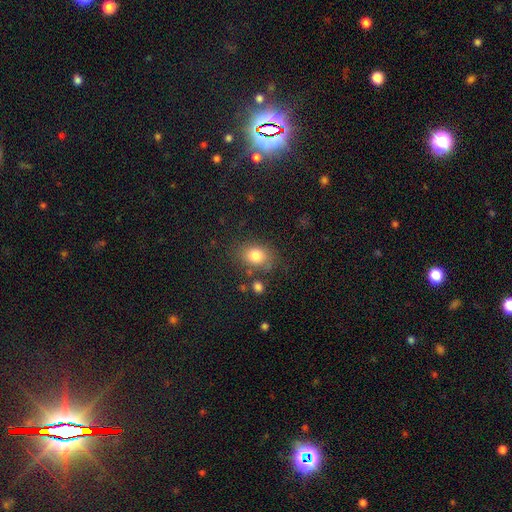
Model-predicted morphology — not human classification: Overall: smooth (80%). How rounded: in between (58%; round 41%). Merging: none (75%).